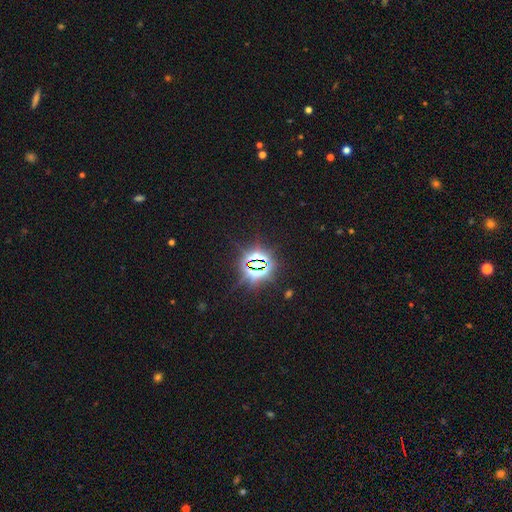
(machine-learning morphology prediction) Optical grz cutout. It shows a star or artifact, not a galaxy (83%).